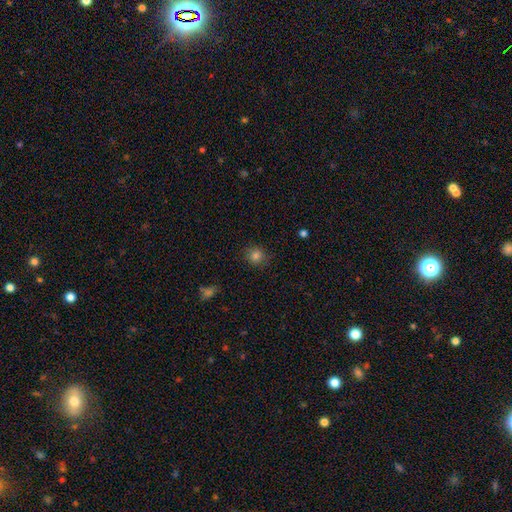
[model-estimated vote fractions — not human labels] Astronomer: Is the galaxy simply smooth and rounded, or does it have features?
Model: smooth — 82%.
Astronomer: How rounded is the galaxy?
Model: round — 85%.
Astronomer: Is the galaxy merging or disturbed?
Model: none — 87%.